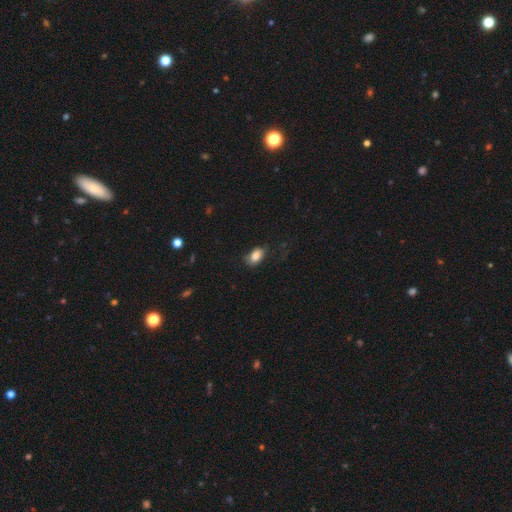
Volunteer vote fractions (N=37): Volunteers were most divided on "merging": none: 60%, minor disturbance: 31%, major disturbance: 9%, merger: 0%. More confident: how rounded — in between (97%); smooth or featured — smooth (84%).